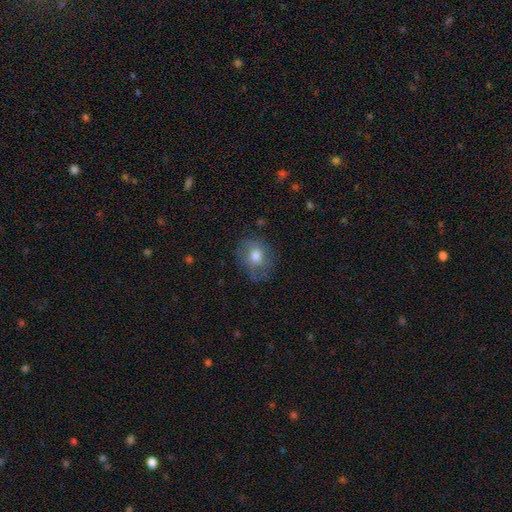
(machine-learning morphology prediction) smooth_or_featured: smooth (p=0.69) [alt: featured or disk p=0.21]
how_rounded: round (p=0.61) [alt: in between p=0.38]
merging: none (p=0.65) [alt: minor disturbance p=0.23]